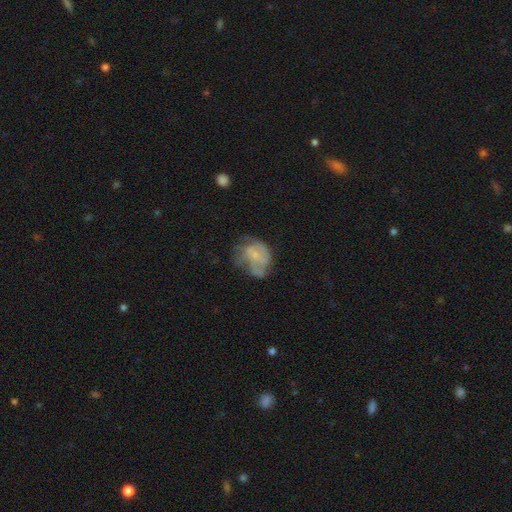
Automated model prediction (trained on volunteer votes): smooth_or_featured: featured or disk (p=0.50) [alt: smooth p=0.40]
merging: none (p=0.36) [alt: major disturbance p=0.31]